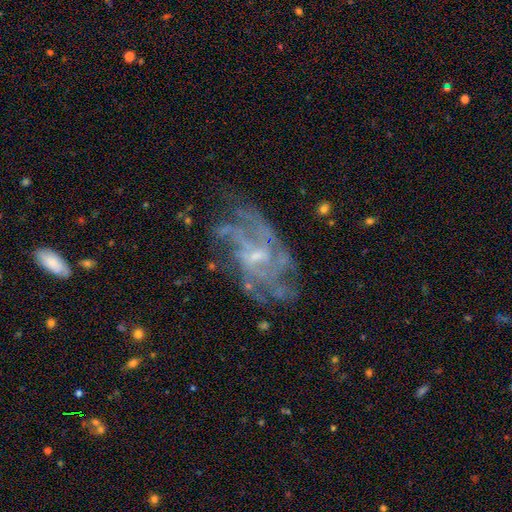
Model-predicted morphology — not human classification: type=featured or disk (82%); edge-on=no (96%); bar=weak (46%); spiral arms=yes (80%); winding=medium (43%); arm count=can't tell (41%); bulge=small (62%); merging=none (53%).